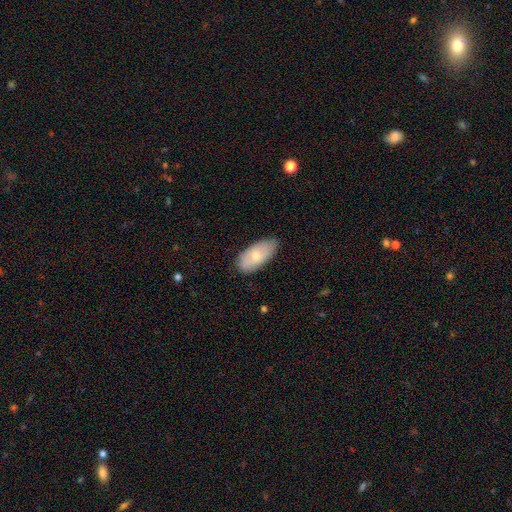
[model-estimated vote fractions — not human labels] Smooth or featured? smooth (68%)
How rounded? in between (92%)
Merging? none (76%)